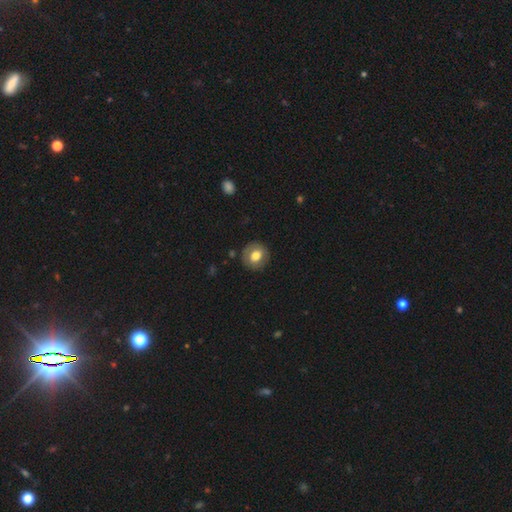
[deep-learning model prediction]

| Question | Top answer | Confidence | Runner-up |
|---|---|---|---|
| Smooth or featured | smooth | 68% | featured or disk (24%) |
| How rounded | round | 86% | in between (13%) |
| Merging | none | 85% | minor disturbance (10%) |